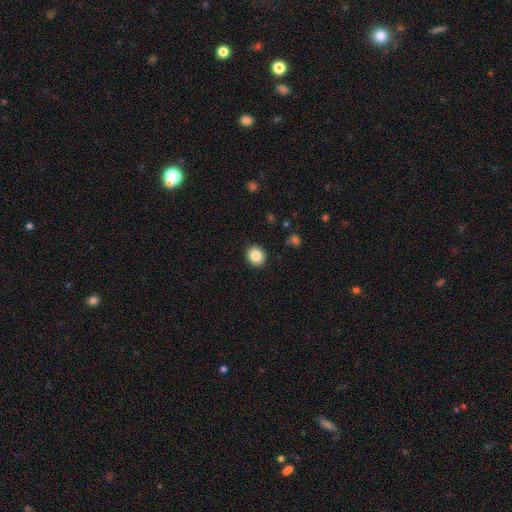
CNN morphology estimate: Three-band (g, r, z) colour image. It shows a smooth galaxy with no disk features (85%) that is round (78%). Merging: none (91%).